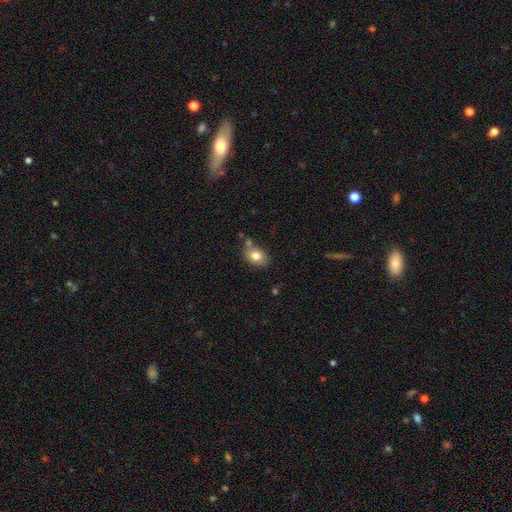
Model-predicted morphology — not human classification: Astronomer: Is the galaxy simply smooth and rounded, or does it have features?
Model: smooth — 80%.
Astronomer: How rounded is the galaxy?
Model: in between — 72%.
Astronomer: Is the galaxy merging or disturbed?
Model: none — 65%.